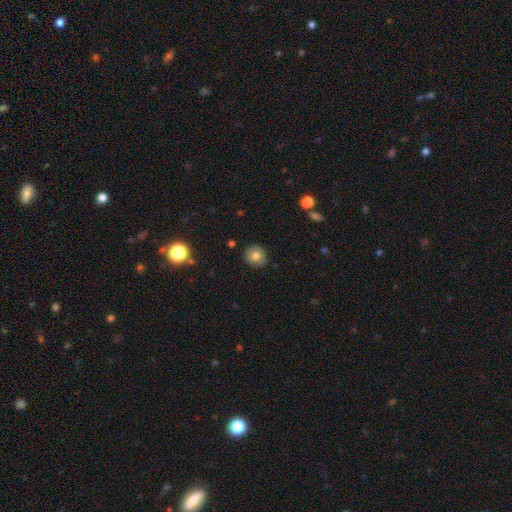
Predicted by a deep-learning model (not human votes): A smooth galaxy with no disk features (77%) that is round (88%). Merging: none (89%).